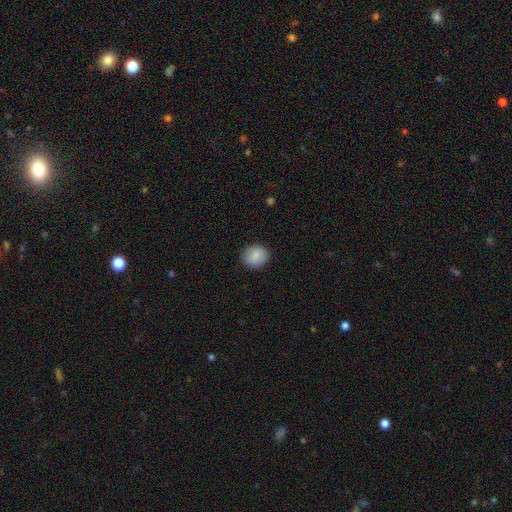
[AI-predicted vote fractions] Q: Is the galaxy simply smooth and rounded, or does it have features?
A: smooth — 87%.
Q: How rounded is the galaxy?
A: round — 74%.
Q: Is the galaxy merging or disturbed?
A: none — 89%.